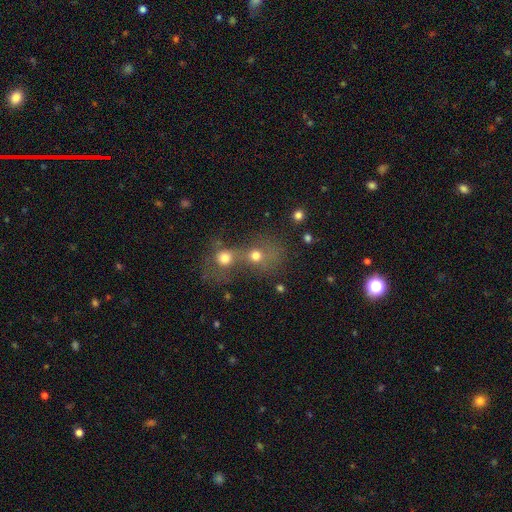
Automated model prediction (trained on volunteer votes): Smooth or featured: smooth — 70% (star or artifact — 16%)
How rounded: round — 78% (in between — 20%)
Merging: merger — 66% (none — 22%)